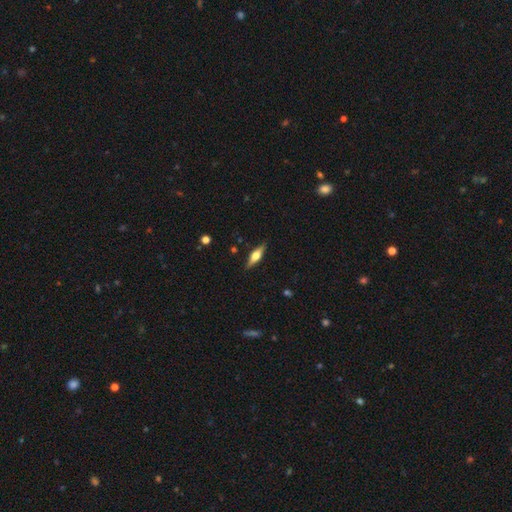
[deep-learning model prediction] Overall: featured or disk (62%; smooth 32%). Edge-on disk: yes (96%). Edge-on bulge: rounded (91%). Merging: none (88%).